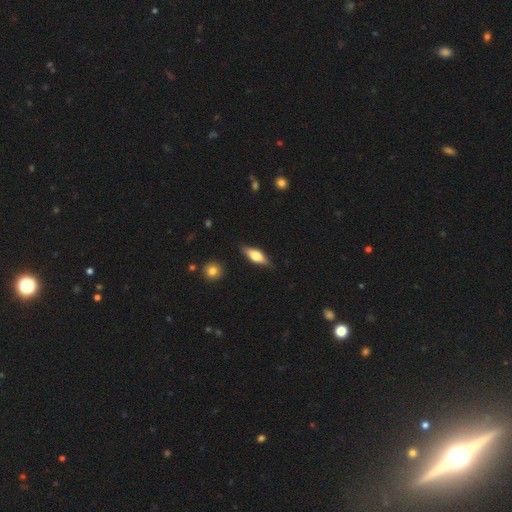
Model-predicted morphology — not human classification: Smooth or featured?
  - smooth: 50% *
  - featured or disk: 44%
  - star or artifact: 6%
Merging?
  - none: 85% *
  - minor disturbance: 11%
  - major disturbance: 2%
  - merger: 1%